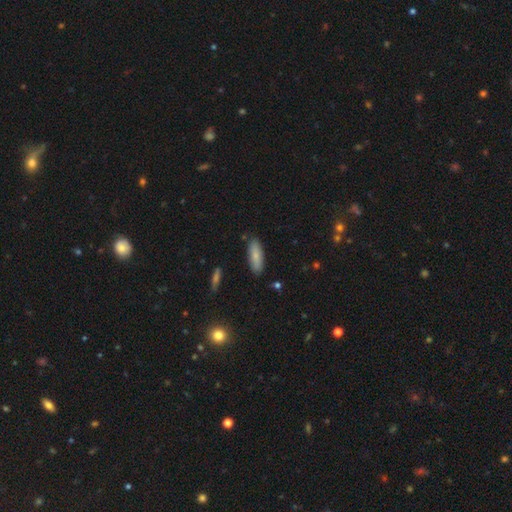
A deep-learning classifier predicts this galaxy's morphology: Smooth or featured?
  - smooth: 81% *
  - featured or disk: 13%
  - star or artifact: 7%
How rounded?
  - in between: 63% *
  - cigar-shaped: 35%
  - round: 2%
Merging?
  - none: 86% *
  - minor disturbance: 10%
  - major disturbance: 2%
  - merger: 2%